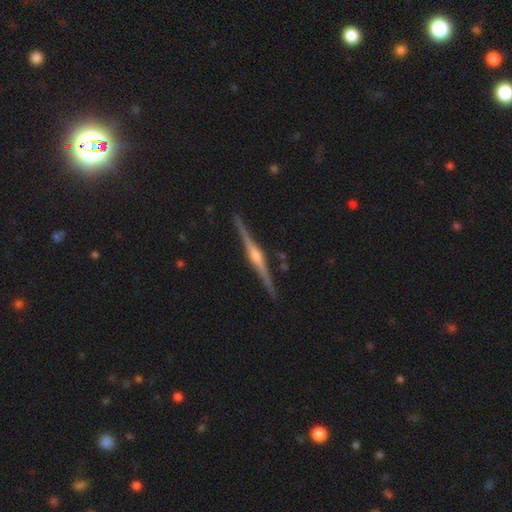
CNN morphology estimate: This appears to be a featured or disk galaxy (89%) viewed edge-on (99%) with a rounded central bulge (87%). Merging: none (92%).